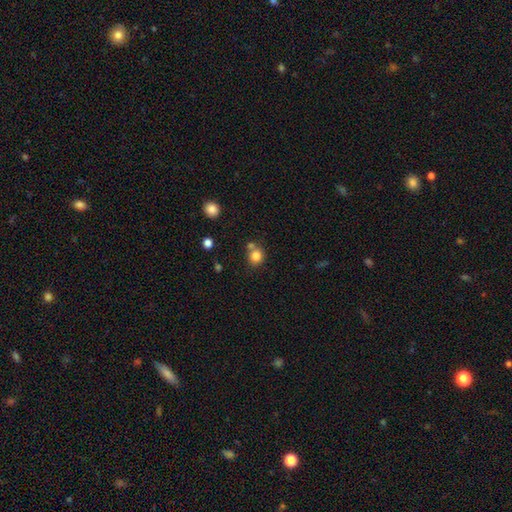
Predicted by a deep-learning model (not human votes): Morphology: type=smooth (82%); roundness=round (83%); merging=none (60%).